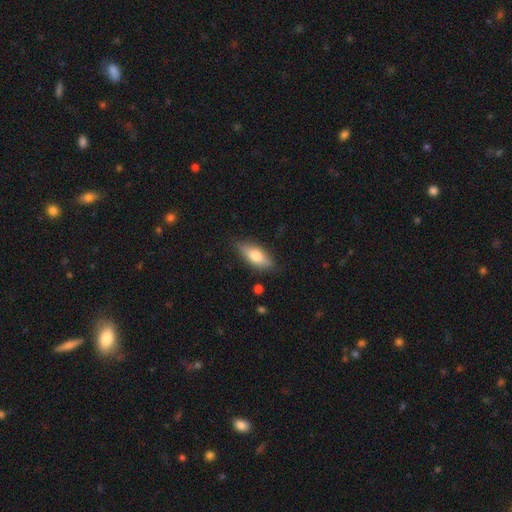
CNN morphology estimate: A smooth galaxy with no disk features (64%) that is in between round and cigar-shaped (70%). Merging: none (83%).